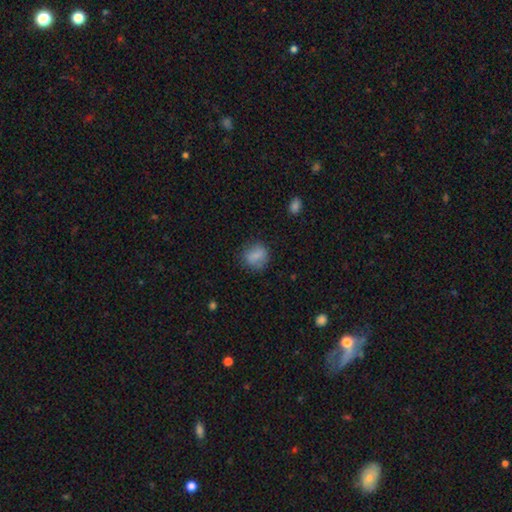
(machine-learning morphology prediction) A smooth galaxy with no disk features (78%) that is round (69%). Merging: none (75%).